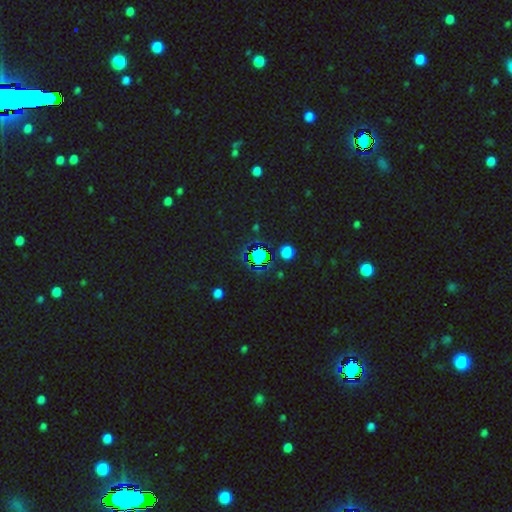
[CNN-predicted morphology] Smooth or featured? star or artifact (68%)